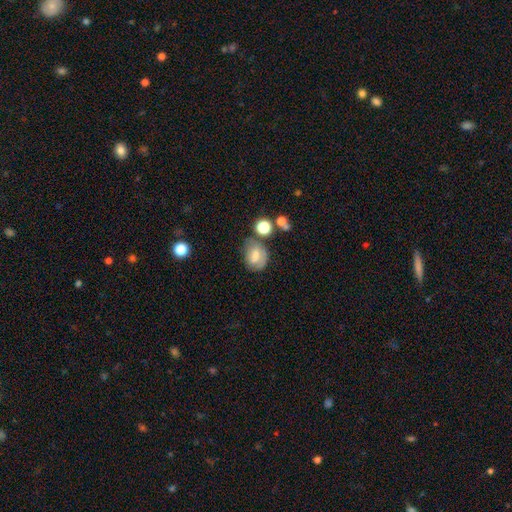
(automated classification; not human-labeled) Q: Smooth or featured?
A: smooth (60%); runner-up: featured or disk (29%)
Q: How rounded?
A: in between (58%); runner-up: round (41%)
Q: Merging?
A: none (51%); runner-up: minor disturbance (26%)